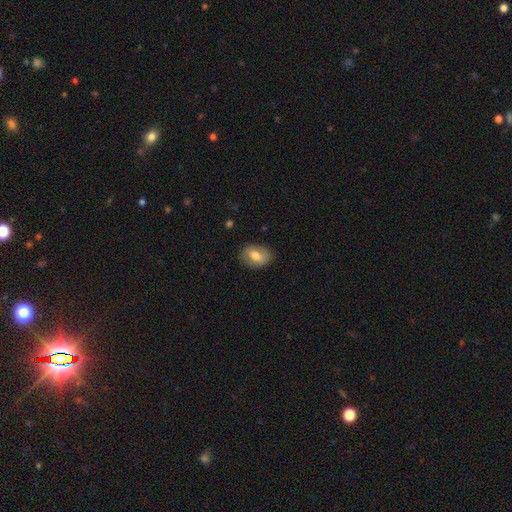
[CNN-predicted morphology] Smooth or featured: smooth — 66% (featured or disk — 27%)
How rounded: in between — 78% (round — 20%)
Merging: none — 80% (minor disturbance — 14%)